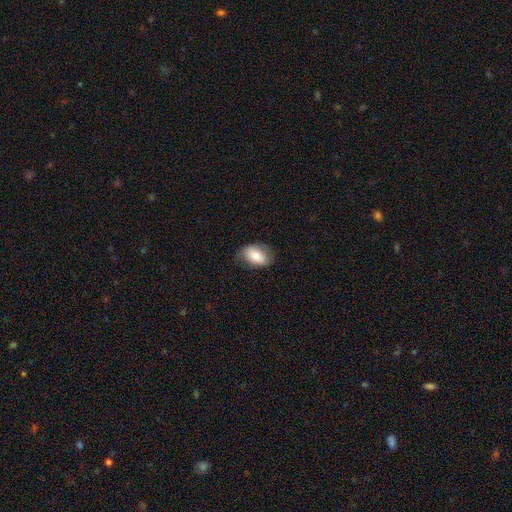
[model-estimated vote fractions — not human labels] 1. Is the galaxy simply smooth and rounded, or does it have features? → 73% smooth, 20% featured or disk, 7% star or artifact.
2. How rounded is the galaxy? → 87% in between, 12% round, 1% cigar-shaped.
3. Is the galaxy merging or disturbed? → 73% none, 21% minor disturbance, 6% major disturbance, 1% merger.